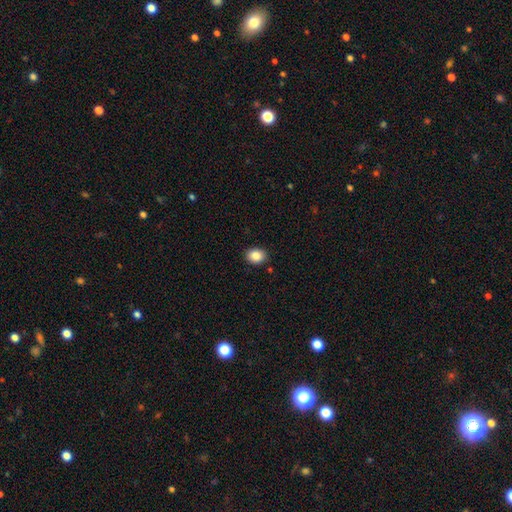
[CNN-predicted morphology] smooth_or_featured: smooth (p=0.87) [alt: star or artifact p=0.09]
how_rounded: in between (p=0.55) [alt: round p=0.44]
merging: none (p=0.89) [alt: minor disturbance p=0.08]